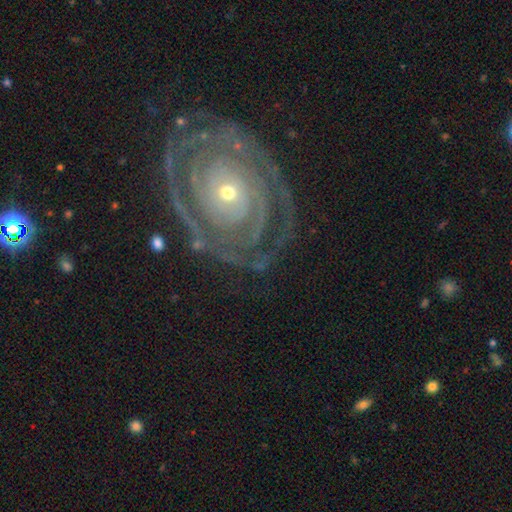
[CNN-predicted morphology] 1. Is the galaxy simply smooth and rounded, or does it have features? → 88% featured or disk, 6% smooth, 6% star or artifact.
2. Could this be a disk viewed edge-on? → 96% no, 4% yes.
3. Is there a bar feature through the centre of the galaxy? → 81% no, 11% weak, 8% strong.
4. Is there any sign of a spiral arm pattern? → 94% yes, 6% no.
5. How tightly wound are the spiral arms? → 83% tight, 13% medium, 3% loose.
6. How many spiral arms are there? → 32% 2, 24% can't tell, 17% 3, 11% 4, 9% more than 4, 7% 1.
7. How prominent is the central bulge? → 67% small, 29% moderate, 2% large, 1% dominant, 1% none.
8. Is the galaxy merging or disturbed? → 77% none, 14% minor disturbance, 7% major disturbance, 2% merger.